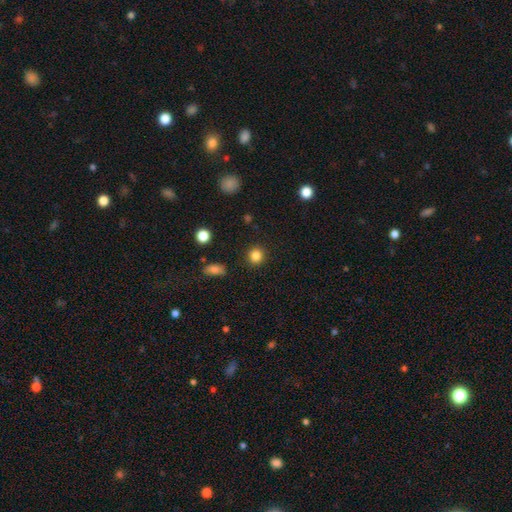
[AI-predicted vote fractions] Q: Smooth or featured?
A: smooth (84%); runner-up: star or artifact (11%)
Q: How rounded?
A: round (91%); runner-up: in between (8%)
Q: Merging?
A: none (91%); runner-up: minor disturbance (6%)